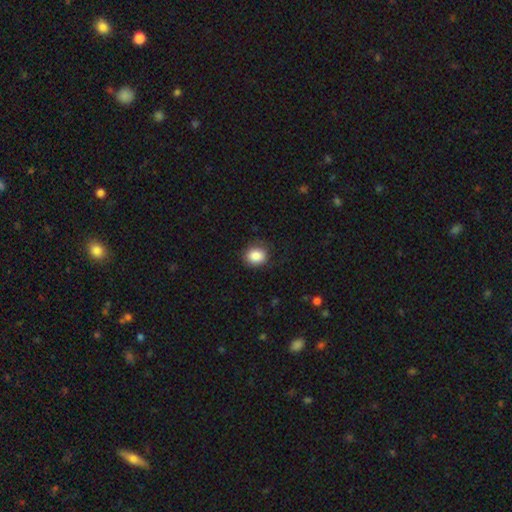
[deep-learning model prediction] The model was most divided on "how rounded": round: 61%, in between: 38%, cigar-shaped: 1%. More confident: smooth or featured — smooth (87%); merging — none (82%).